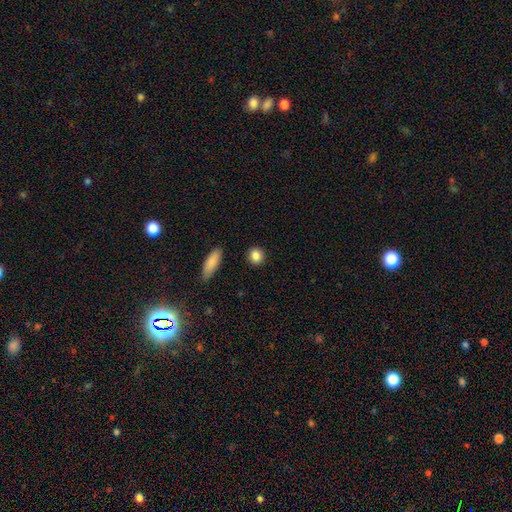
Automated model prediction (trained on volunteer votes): Q: Smooth or featured?
A: smooth (87%); runner-up: star or artifact (8%)
Q: How rounded?
A: round (79%); runner-up: in between (19%)
Q: Merging?
A: none (90%); runner-up: minor disturbance (6%)